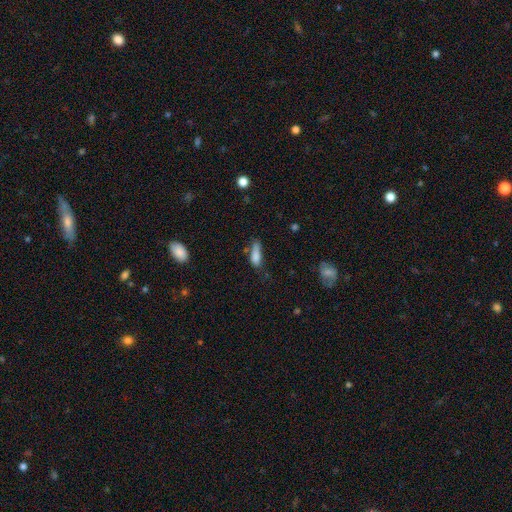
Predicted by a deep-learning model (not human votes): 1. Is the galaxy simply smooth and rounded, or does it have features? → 80% smooth, 11% featured or disk, 9% star or artifact.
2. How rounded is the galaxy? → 58% in between, 39% cigar-shaped, 3% round.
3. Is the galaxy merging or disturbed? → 42% none, 34% minor disturbance, 15% major disturbance, 8% merger.